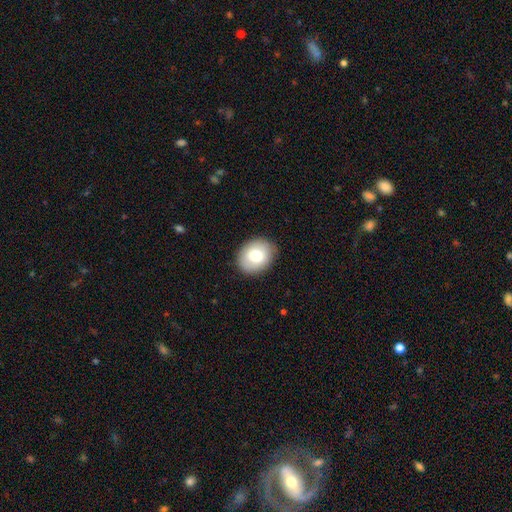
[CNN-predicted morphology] smooth 75%, featured or disk 17%, star or artifact 8%. Down the decision tree: how rounded — in between (50%); merging — none (87%).